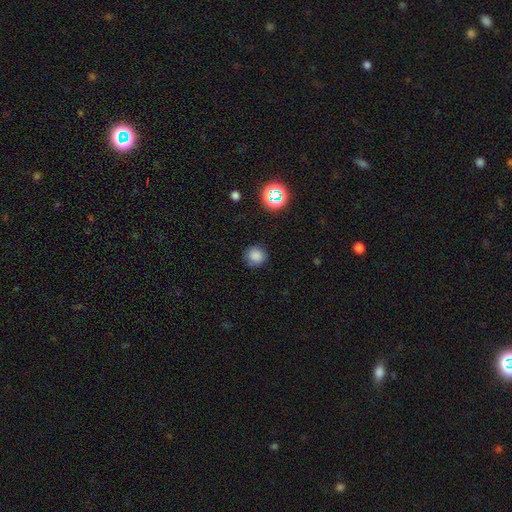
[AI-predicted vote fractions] This is clearly a smooth galaxy (82%). How rounded: clearly round (93%). Merging: clearly none (88%).